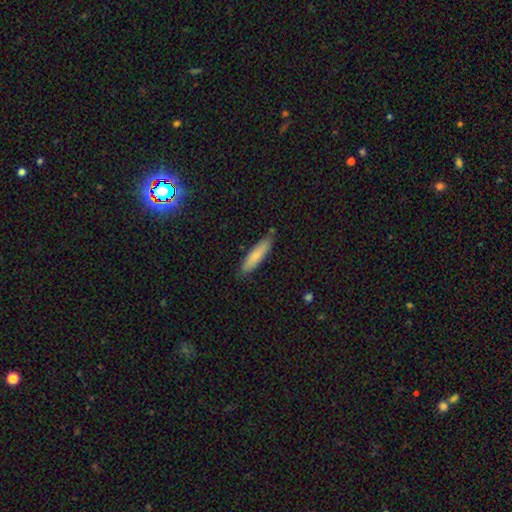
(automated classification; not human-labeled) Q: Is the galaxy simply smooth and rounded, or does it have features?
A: smooth — 78%.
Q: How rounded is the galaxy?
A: cigar-shaped — 76%.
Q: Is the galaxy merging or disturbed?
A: none — 83%.